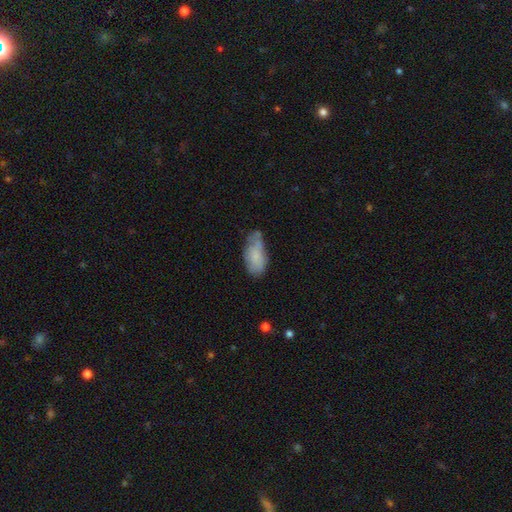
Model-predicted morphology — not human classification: Smooth or featured?
  - smooth: 75% *
  - featured or disk: 17%
  - star or artifact: 7%
How rounded?
  - in between: 89% *
  - cigar-shaped: 9%
  - round: 2%
Merging?
  - none: 43% *
  - minor disturbance: 37%
  - major disturbance: 13%
  - merger: 7%